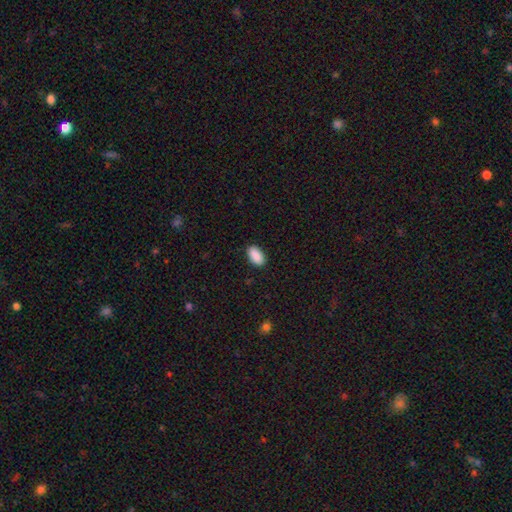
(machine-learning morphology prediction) Q: Smooth or featured?
A: smooth (90%); runner-up: star or artifact (7%)
Q: How rounded?
A: in between (94%); runner-up: round (4%)
Q: Merging?
A: none (89%); runner-up: minor disturbance (9%)